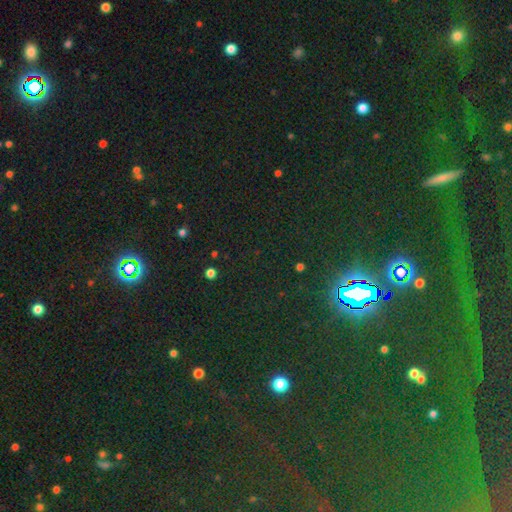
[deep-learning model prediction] Q: Smooth or featured?
A: star or artifact (80%); runner-up: smooth (12%)